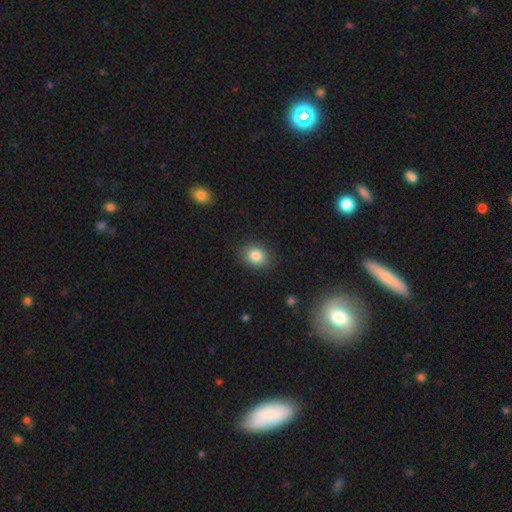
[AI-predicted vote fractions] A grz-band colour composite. It shows a smooth galaxy with no disk features (83%) that is in between round and cigar-shaped (53%). Merging: none (87%).